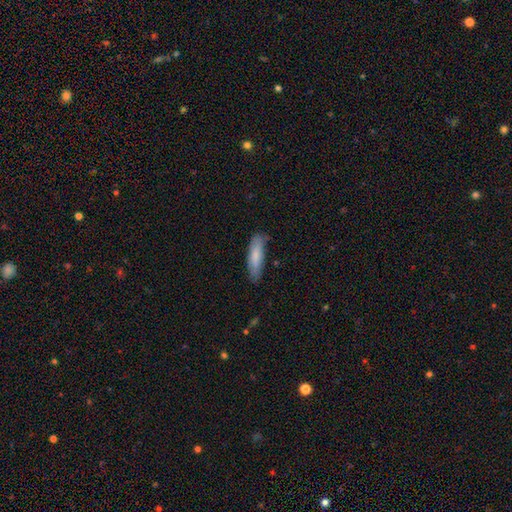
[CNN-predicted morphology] Smooth or featured? smooth (78%)
How rounded? cigar-shaped (66%)
Merging? none (77%)